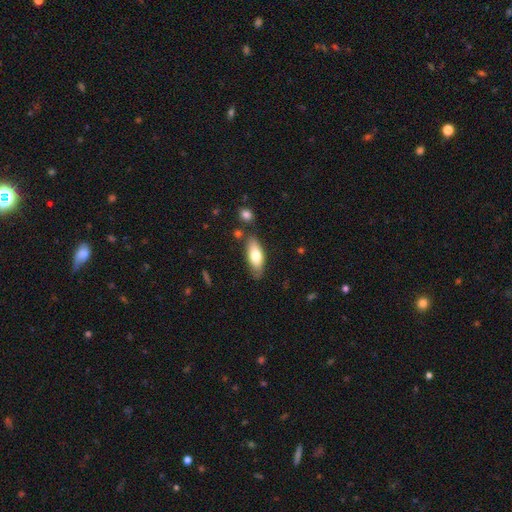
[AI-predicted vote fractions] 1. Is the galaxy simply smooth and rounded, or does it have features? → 70% smooth, 24% featured or disk, 6% star or artifact.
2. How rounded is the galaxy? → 74% in between, 23% cigar-shaped, 2% round.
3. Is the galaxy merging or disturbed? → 77% none, 15% minor disturbance, 5% merger, 3% major disturbance.